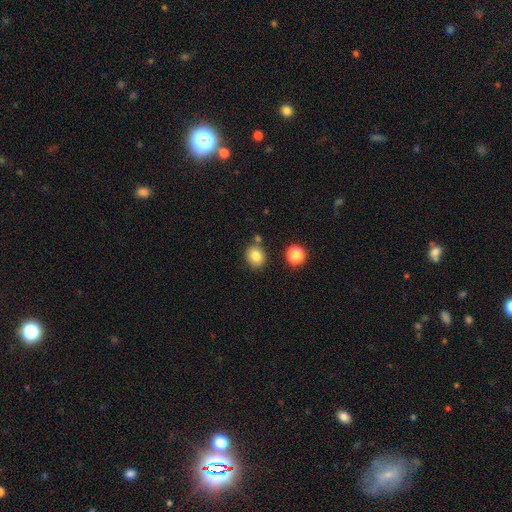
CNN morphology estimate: Smooth or featured?
  - smooth: 82% *
  - star or artifact: 11%
  - featured or disk: 7%
How rounded?
  - round: 71% *
  - in between: 28%
  - cigar-shaped: 1%
Merging?
  - none: 78% *
  - minor disturbance: 11%
  - merger: 8%
  - major disturbance: 3%